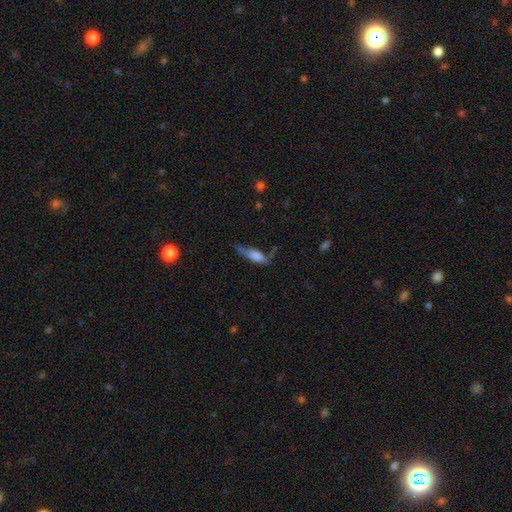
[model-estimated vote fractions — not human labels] The model was most divided on "merging": none: 47%, minor disturbance: 34%, major disturbance: 14%, merger: 5%. More confident: smooth or featured — smooth (62%); how rounded — cigar-shaped (55%).